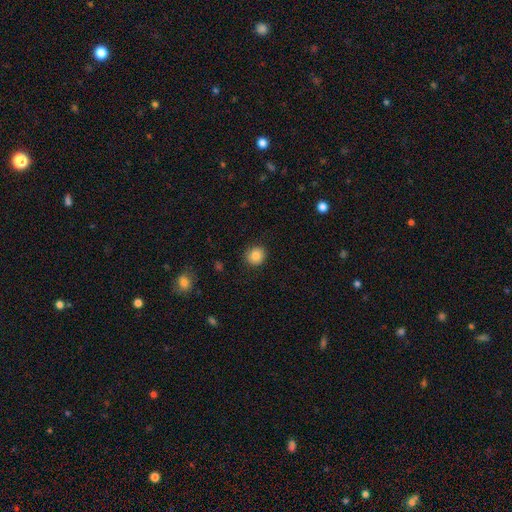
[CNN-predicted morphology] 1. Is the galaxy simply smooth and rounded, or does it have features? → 84% smooth, 10% star or artifact, 6% featured or disk.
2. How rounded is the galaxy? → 88% round, 11% in between, 1% cigar-shaped.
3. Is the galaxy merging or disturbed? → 89% none, 8% minor disturbance, 2% major disturbance, 1% merger.